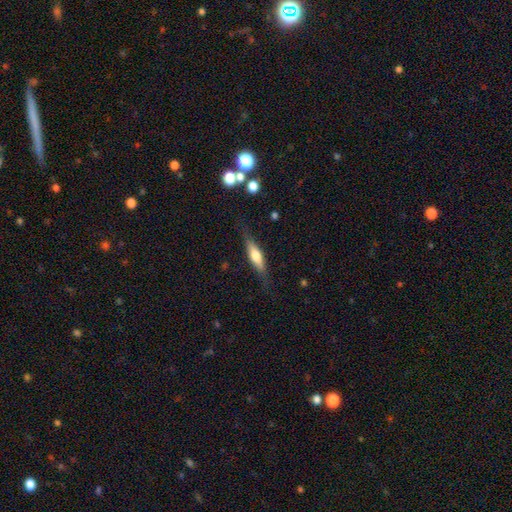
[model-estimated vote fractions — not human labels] Q: Smooth or featured?
A: smooth (50%); runner-up: featured or disk (44%)
Q: Merging?
A: none (77%); runner-up: minor disturbance (16%)